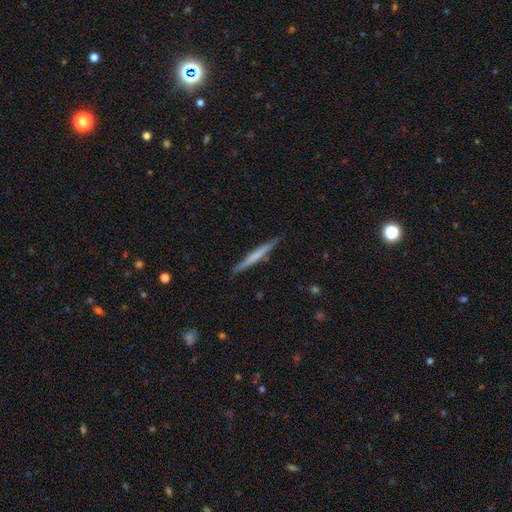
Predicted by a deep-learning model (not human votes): Overall: smooth (48%; featured or disk 47%). Merging: none (89%).